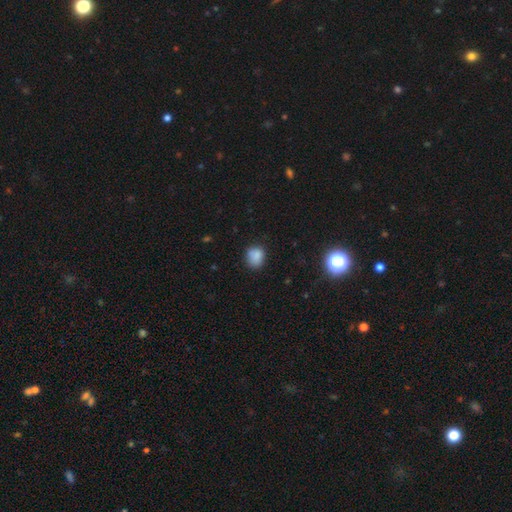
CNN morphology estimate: Smooth or featured? smooth (82%)
How rounded? round (57%)
Merging? none (70%)